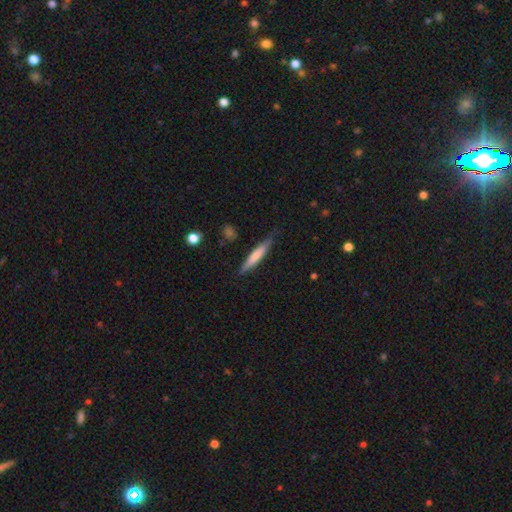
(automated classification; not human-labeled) Smooth or featured: smooth — 62% (featured or disk — 33%)
How rounded: cigar-shaped — 90% (in between — 9%)
Merging: none — 74% (minor disturbance — 20%)